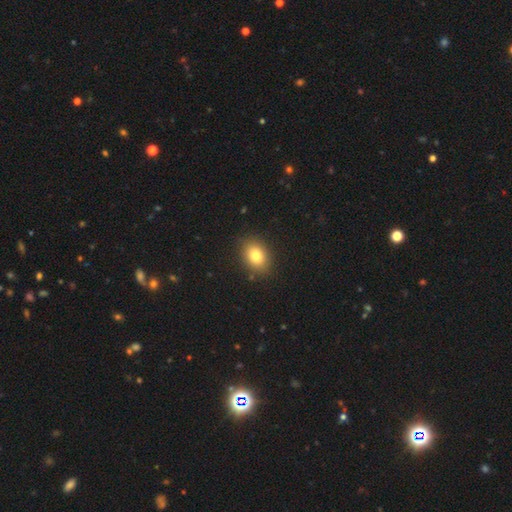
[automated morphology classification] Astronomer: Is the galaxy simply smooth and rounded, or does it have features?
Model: smooth — 81%.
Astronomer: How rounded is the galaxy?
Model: in between — 66%.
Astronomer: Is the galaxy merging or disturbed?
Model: none — 87%.